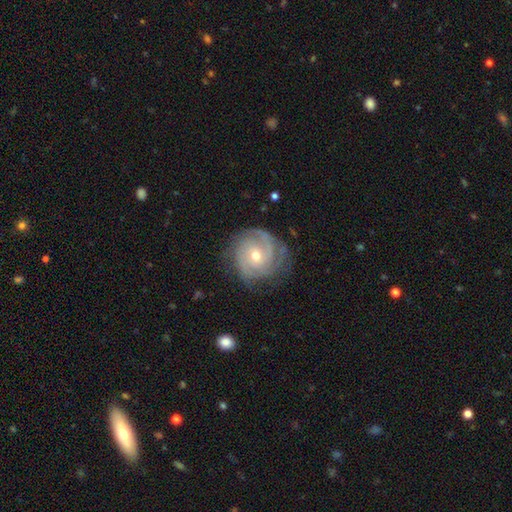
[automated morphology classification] Smooth or featured?
  - featured or disk: 85% *
  - smooth: 9%
  - star or artifact: 6%
Edge-on disk?
  - no: 97% *
  - yes: 3%
Bar?
  - no: 74% *
  - weak: 21%
  - strong: 5%
Spiral arms?
  - yes: 96% *
  - no: 4%
Spiral winding?
  - tight: 72% *
  - medium: 23%
  - loose: 5%
Spiral arm count?
  - 3: 34% *
  - can't tell: 25%
  - 2: 19%
  - 4: 11%
  - 1: 6%
  - more than 4: 5%
Bulge size?
  - moderate: 54% *
  - small: 43%
  - large: 2%
  - none: 1%
  - dominant: 1%
Merging?
  - none: 76% *
  - minor disturbance: 17%
  - major disturbance: 6%
  - merger: 1%